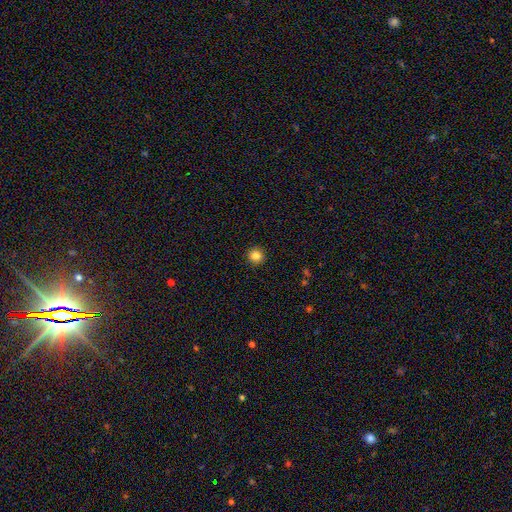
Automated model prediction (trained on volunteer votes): This is clearly a smooth galaxy (84%). How rounded: clearly round (95%). Merging: clearly none (93%).